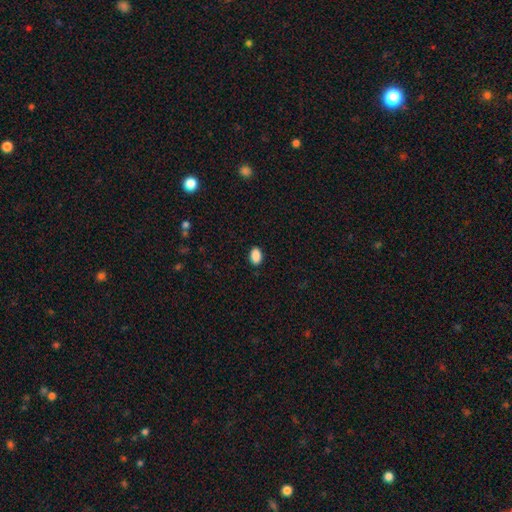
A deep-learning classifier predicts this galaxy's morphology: type=smooth (90%); roundness=in between (89%); merging=none (89%).